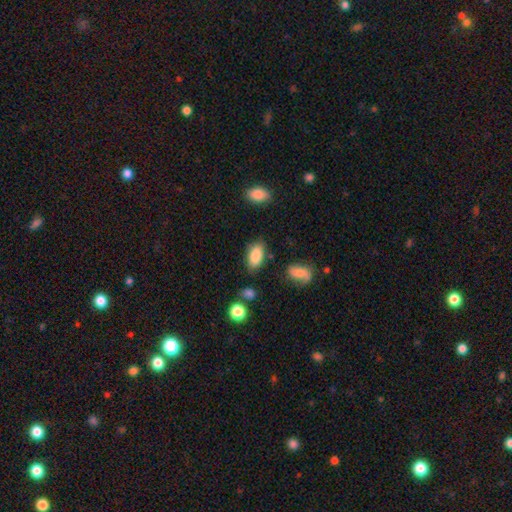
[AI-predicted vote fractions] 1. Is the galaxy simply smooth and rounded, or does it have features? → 85% smooth, 8% star or artifact, 7% featured or disk.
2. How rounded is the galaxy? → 93% in between, 4% round, 3% cigar-shaped.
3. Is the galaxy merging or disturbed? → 76% none, 17% minor disturbance, 4% major disturbance, 4% merger.